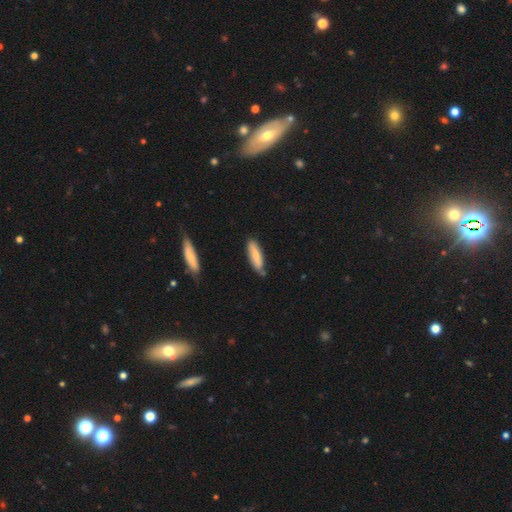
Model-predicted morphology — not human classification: Overall: smooth (70%). How rounded: cigar-shaped (58%; in between 40%). Merging: none (69%).